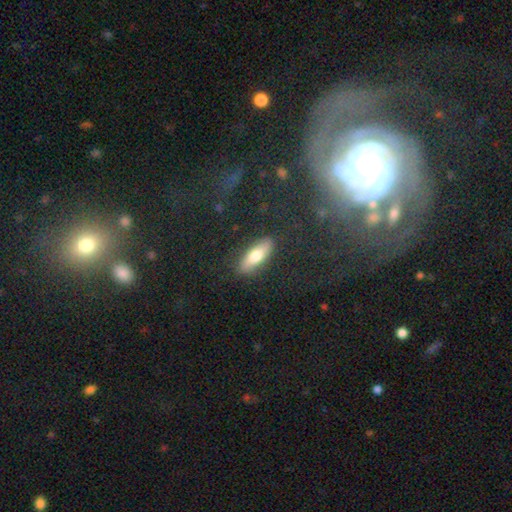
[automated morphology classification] smooth 73%, featured or disk 20%, star or artifact 7%. Down the decision tree: how rounded — in between (63%); merging — none (85%).